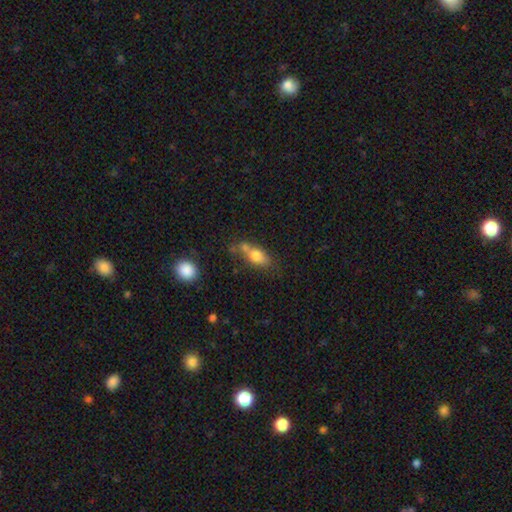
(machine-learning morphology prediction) A smooth galaxy with no disk features (74%) that is in between round and cigar-shaped (76%).

Vote fractions:
- Smooth or featured? smooth: 74% / featured or disk: 17% / star or artifact: 9%
- How rounded? in between: 76% / cigar-shaped: 12% / round: 11%
- Merging? none: 43% / merger: 30% / minor disturbance: 19% / major disturbance: 8%